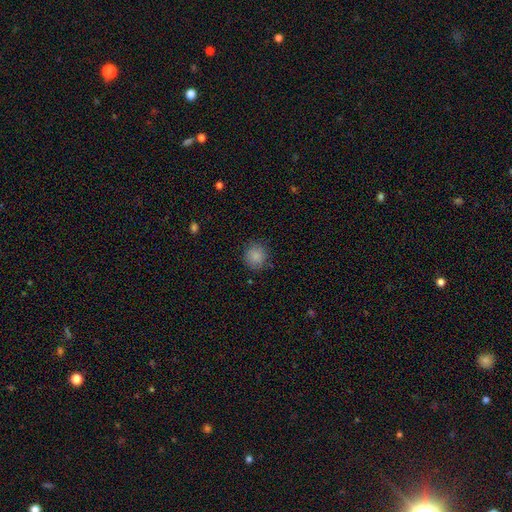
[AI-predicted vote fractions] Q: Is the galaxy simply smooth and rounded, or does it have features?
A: smooth — 86%.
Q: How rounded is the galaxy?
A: round — 90%.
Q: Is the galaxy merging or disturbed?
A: none — 85%.